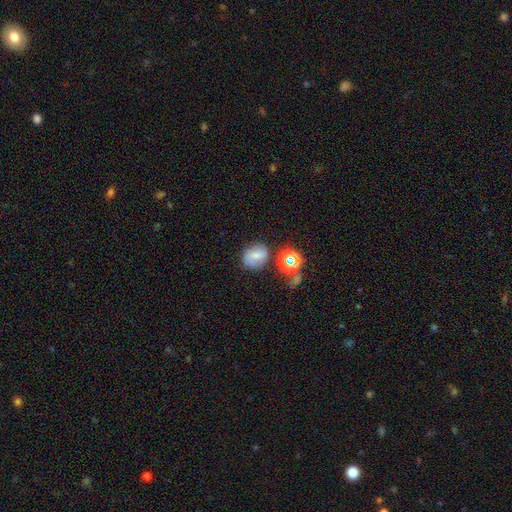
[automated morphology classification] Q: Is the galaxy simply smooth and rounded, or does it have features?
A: smooth — 58%.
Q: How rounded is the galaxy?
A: round — 67%.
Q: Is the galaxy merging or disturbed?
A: none — 67%.